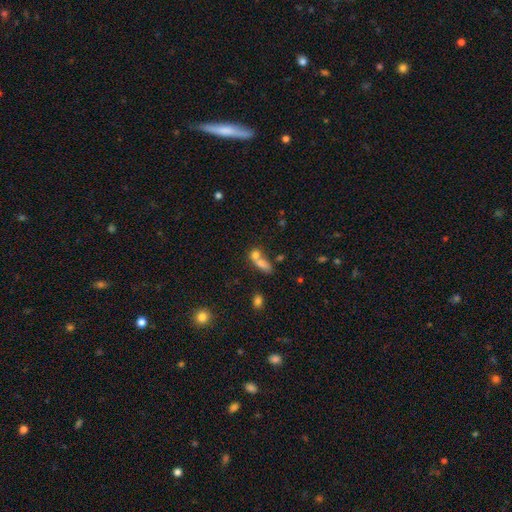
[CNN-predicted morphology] type=smooth (73%); roundness=in between (57%); merging=merger (60%).